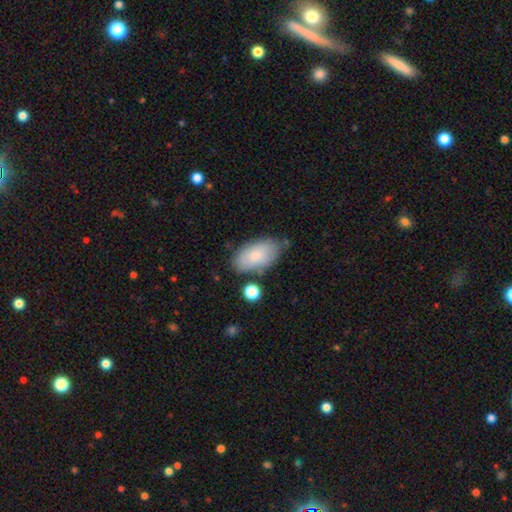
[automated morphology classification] smooth_or_featured: smooth (p=0.78) [alt: featured or disk p=0.16]
how_rounded: in between (p=0.94) [alt: round p=0.03]
merging: none (p=0.70) [alt: minor disturbance p=0.20]